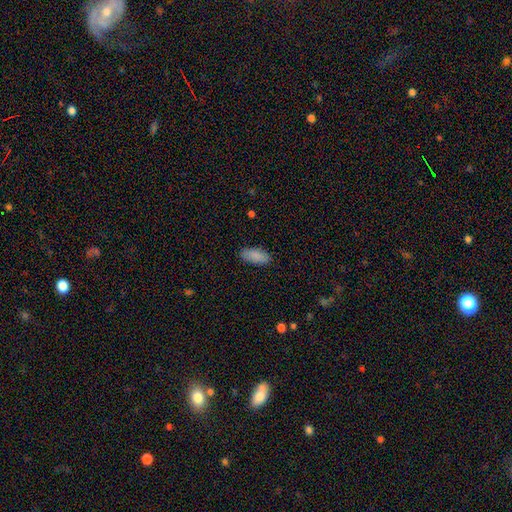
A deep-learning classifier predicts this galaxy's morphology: Smooth or featured? Predicted: smooth (p=0.88). How rounded? Predicted: in between (p=0.87). Merging? Predicted: none (p=0.87).